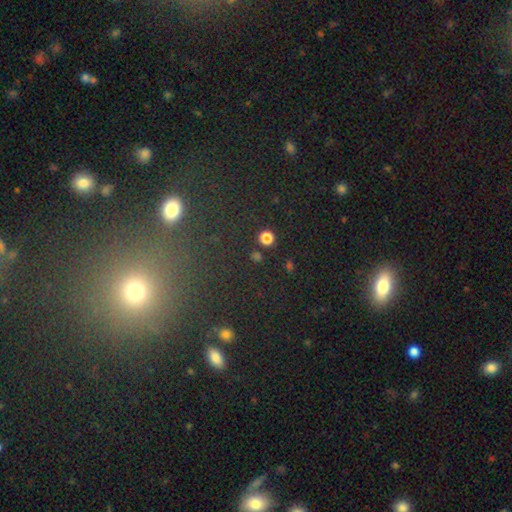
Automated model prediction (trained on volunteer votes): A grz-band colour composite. It shows a smooth galaxy with no disk features (53%) that is round (66%). Merging: none (81%).